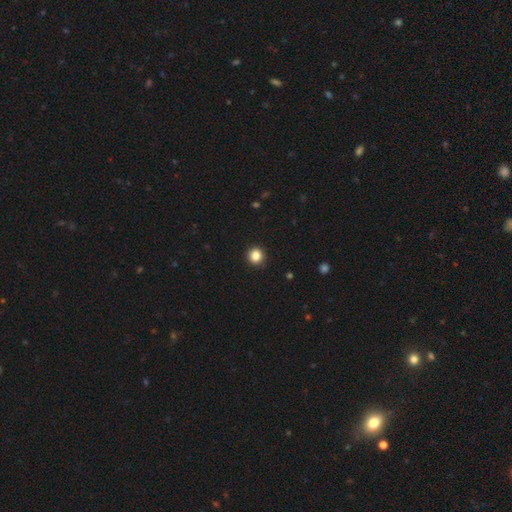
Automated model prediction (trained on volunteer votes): This appears to be a smooth galaxy with no disk features (85%) that is round (91%). Merging: none (92%).